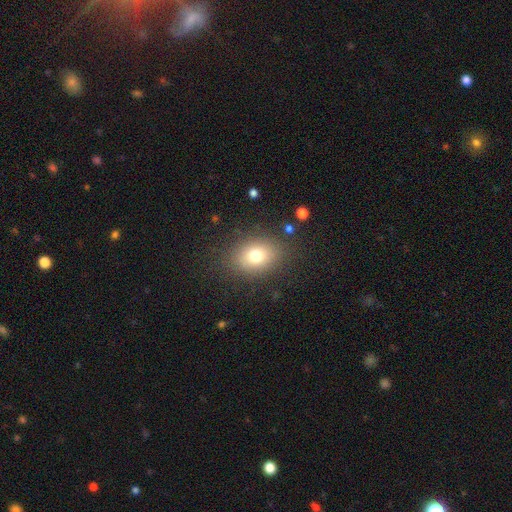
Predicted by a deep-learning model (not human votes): Morphology: type=smooth (75%); roundness=in between (61%); merging=none (83%).